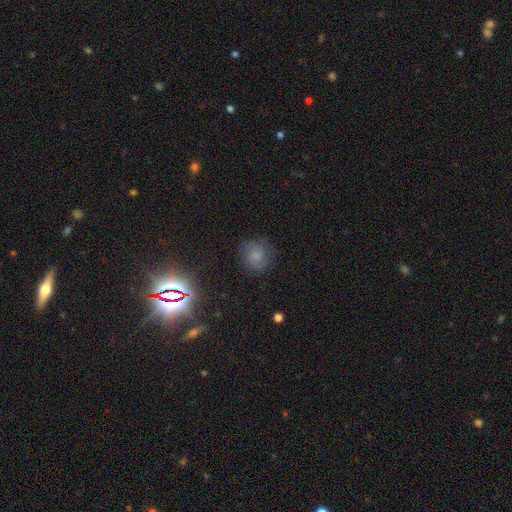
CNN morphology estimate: A smooth galaxy with no disk features (64%) that is round (78%). Merging: none (75%).